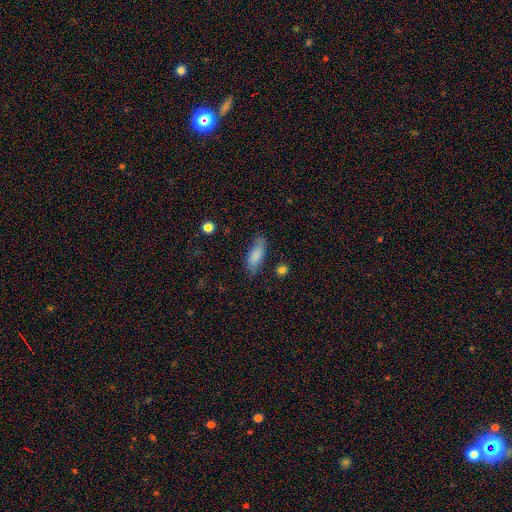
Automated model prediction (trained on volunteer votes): This appears to be a smooth galaxy with no disk features (83%) that is in between round and cigar-shaped (72%). Merging: none (72%).